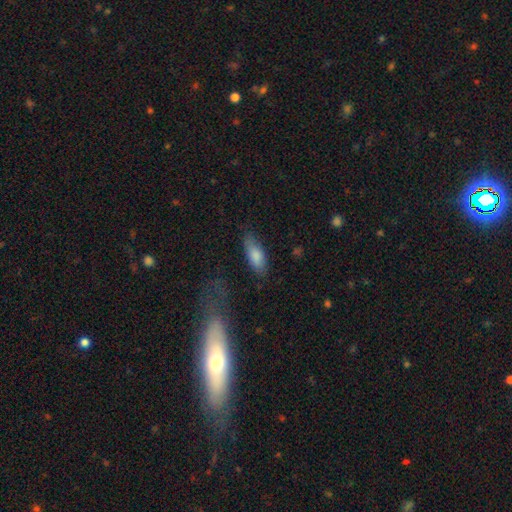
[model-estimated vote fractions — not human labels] A smooth galaxy with no disk features (82%) that is in between round and cigar-shaped (71%).

Vote fractions:
- Smooth or featured? smooth: 82% / featured or disk: 12% / star or artifact: 6%
- How rounded? in between: 71% / cigar-shaped: 27% / round: 2%
- Merging? none: 69% / minor disturbance: 22% / major disturbance: 6% / merger: 3%